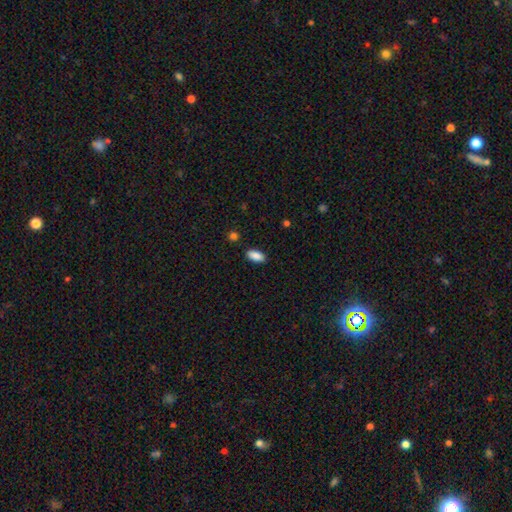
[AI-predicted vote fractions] Q: Smooth or featured?
A: smooth (89%); runner-up: star or artifact (7%)
Q: How rounded?
A: in between (91%); runner-up: cigar-shaped (7%)
Q: Merging?
A: none (87%); runner-up: minor disturbance (9%)